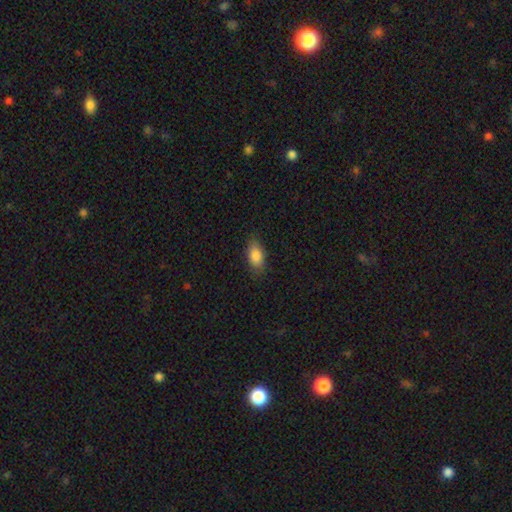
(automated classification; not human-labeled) The model was most divided on "merging": none: 83%, minor disturbance: 13%, major disturbance: 3%, merger: 1%. More confident: how rounded — in between (88%); smooth or featured — smooth (86%).